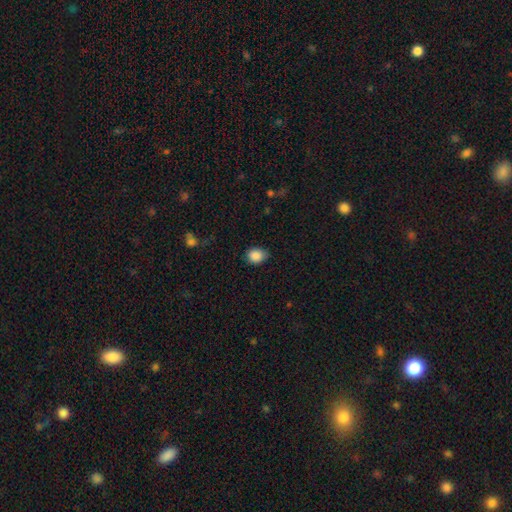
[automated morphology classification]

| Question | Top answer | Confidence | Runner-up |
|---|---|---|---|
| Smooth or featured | smooth | 88% | star or artifact (8%) |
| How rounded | in between | 51% | round (48%) |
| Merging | none | 72% | minor disturbance (22%) |